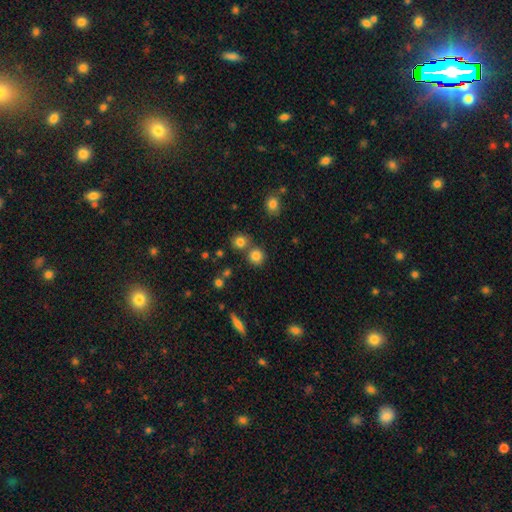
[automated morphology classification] Smooth or featured: smooth — 81% (star or artifact — 13%)
How rounded: round — 90% (in between — 9%)
Merging: none — 71% (merger — 19%)